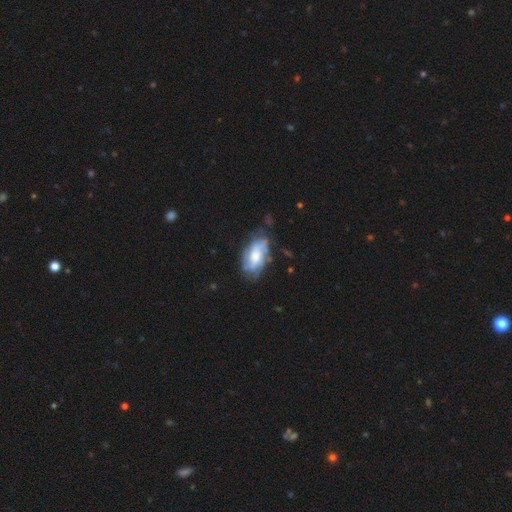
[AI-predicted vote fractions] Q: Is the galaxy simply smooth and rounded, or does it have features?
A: featured or disk — 66%.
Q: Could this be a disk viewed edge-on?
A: no — 94%.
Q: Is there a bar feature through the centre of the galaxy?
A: no — 63%.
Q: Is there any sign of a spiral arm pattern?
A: yes — 84%.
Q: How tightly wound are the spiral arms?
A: tight — 46%.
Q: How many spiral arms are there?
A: can't tell — 42%.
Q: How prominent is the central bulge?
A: moderate — 41%.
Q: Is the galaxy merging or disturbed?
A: none — 60%.